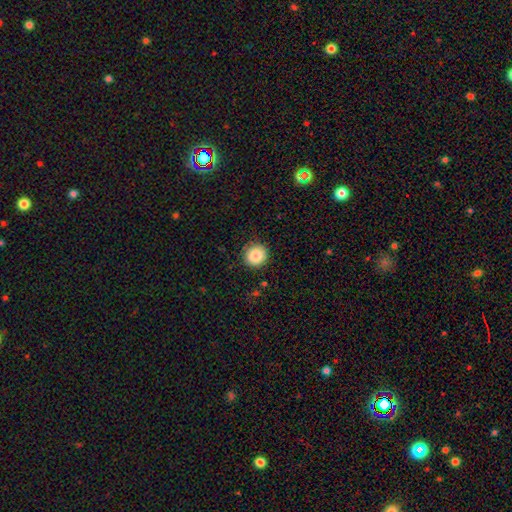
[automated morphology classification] Q: Smooth or featured?
A: smooth (85%); runner-up: star or artifact (9%)
Q: How rounded?
A: round (93%); runner-up: in between (6%)
Q: Merging?
A: none (89%); runner-up: minor disturbance (8%)